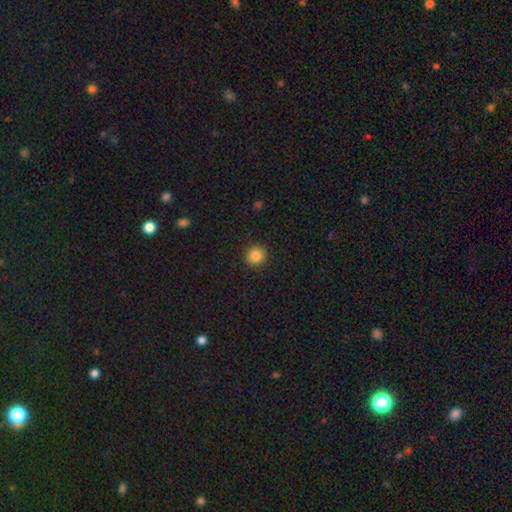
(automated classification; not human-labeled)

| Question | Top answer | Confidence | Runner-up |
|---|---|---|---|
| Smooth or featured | smooth | 85% | star or artifact (11%) |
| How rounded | round | 94% | in between (5%) |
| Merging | none | 92% | minor disturbance (5%) |